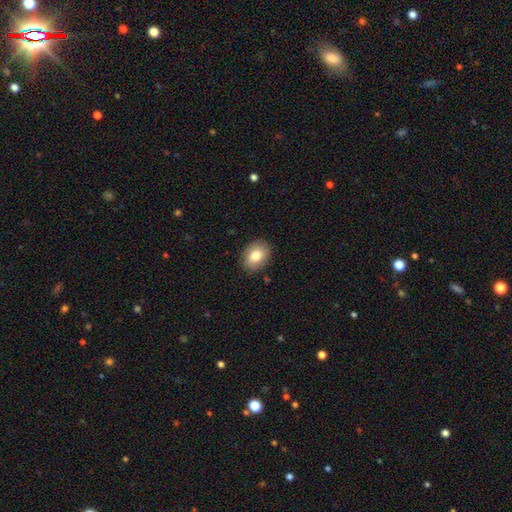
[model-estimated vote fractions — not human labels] Overall: smooth (81%). How rounded: in between (64%; round 35%). Merging: none (87%).